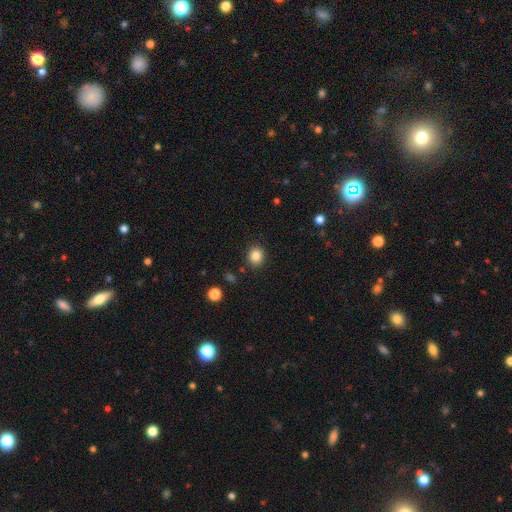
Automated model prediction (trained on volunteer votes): smooth-or-featured: smooth: 86% | star or artifact: 10% | featured or disk: 4%
  how-rounded: round: 79% | in between: 20% | cigar-shaped: 1%
  merging: none: 89% | minor disturbance: 7% | major disturbance: 2% | merger: 2%